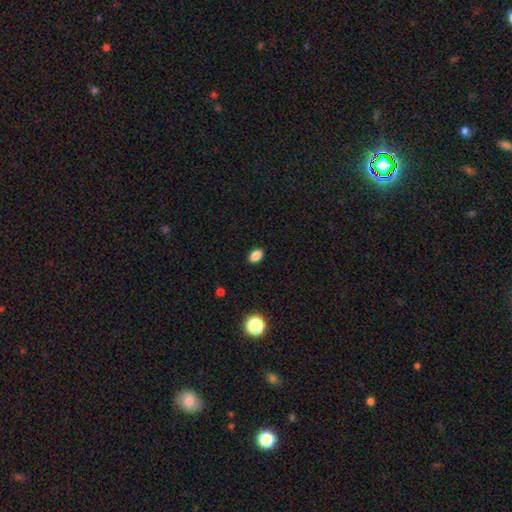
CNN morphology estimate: Overall: smooth (86%). How rounded: in between (79%). Merging: none (89%).